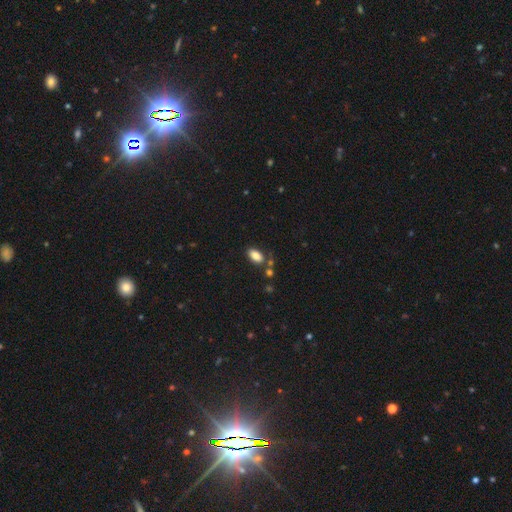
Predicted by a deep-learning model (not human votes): This is clearly a smooth galaxy (85%). How rounded: clearly in between (92%). Merging: likely none (73%).